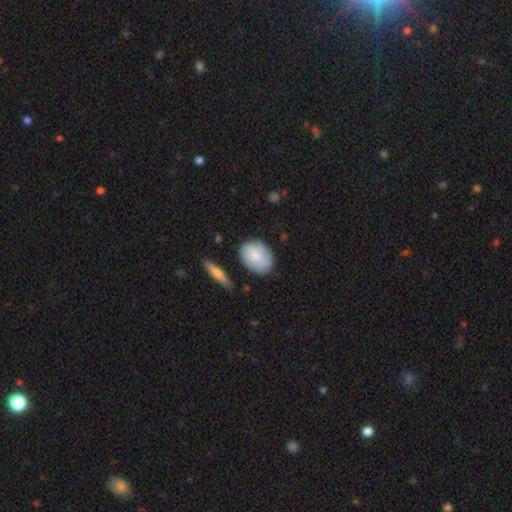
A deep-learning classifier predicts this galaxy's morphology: This appears to be a smooth galaxy with no disk features (74%) that is in between round and cigar-shaped (71%). Merging: none (72%).